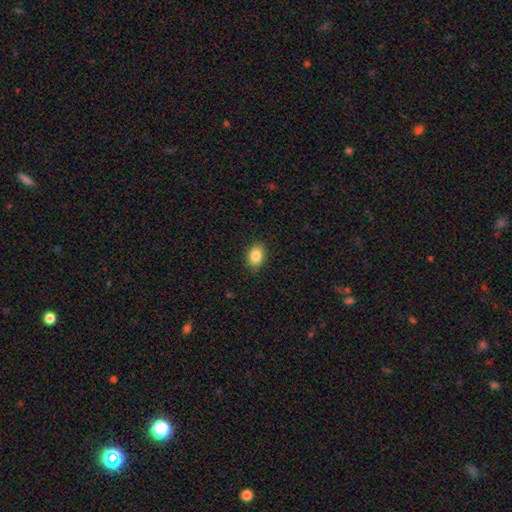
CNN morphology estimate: Q: Smooth or featured?
A: smooth (85%); runner-up: star or artifact (9%)
Q: How rounded?
A: in between (78%); runner-up: round (20%)
Q: Merging?
A: none (88%); runner-up: minor disturbance (9%)